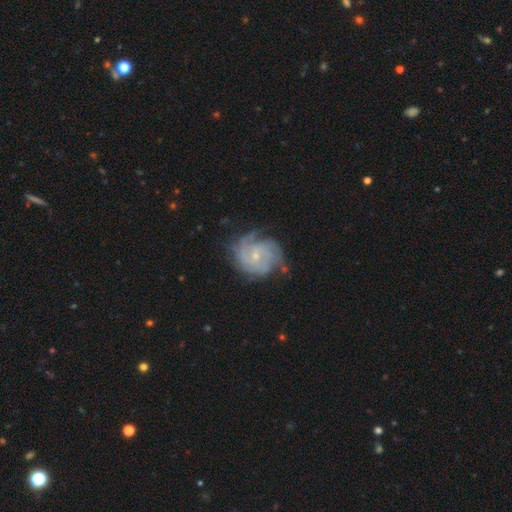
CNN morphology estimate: The model was most divided on "spiral arm count": can't tell: 28%, 3: 24%, 4: 22%, 2: 13%, more than 4: 7%, 1: 6%. More confident: edge-on disk — no (98%); spiral arms — yes (95%); smooth or featured — featured or disk (83%); bulge size — small (73%); bar — no (72%); merging — none (68%); spiral winding — tight (65%).